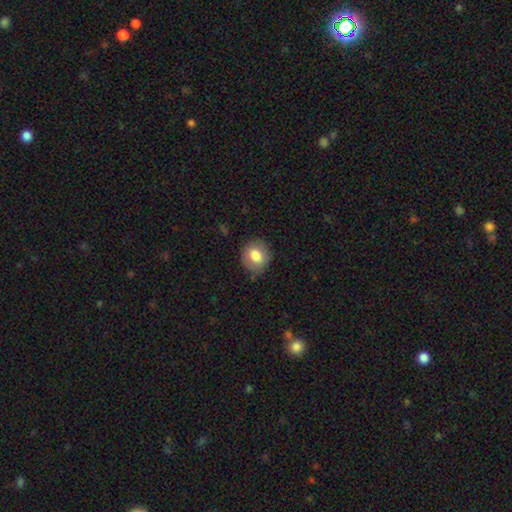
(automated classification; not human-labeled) smooth-or-featured: smooth: 79% | featured or disk: 13% | star or artifact: 8%
  how-rounded: round: 72% | in between: 27% | cigar-shaped: 1%
  merging: none: 79% | minor disturbance: 16% | major disturbance: 4% | merger: 1%